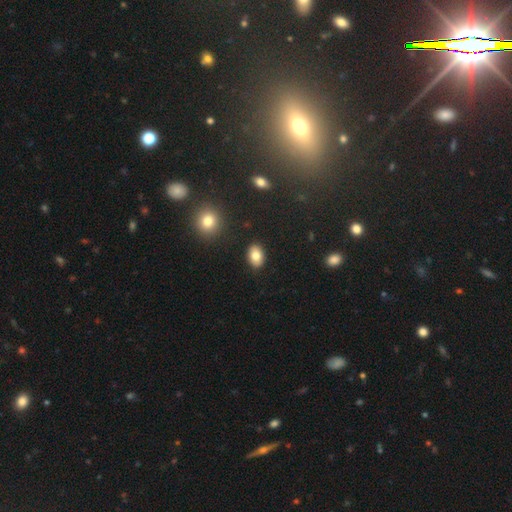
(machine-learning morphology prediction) A smooth galaxy with no disk features (81%) that is in between round and cigar-shaped (82%).

Vote fractions:
- Smooth or featured? smooth: 81% / featured or disk: 10% / star or artifact: 8%
- How rounded? in between: 82% / round: 17% / cigar-shaped: 1%
- Merging? none: 88% / minor disturbance: 8% / major disturbance: 2% / merger: 2%